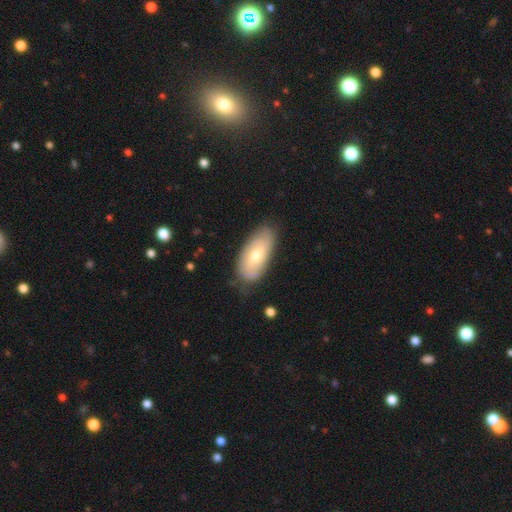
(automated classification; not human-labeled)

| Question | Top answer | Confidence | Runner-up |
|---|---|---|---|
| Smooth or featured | smooth | 54% | featured or disk (40%) |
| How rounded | in between | 90% | cigar-shaped (7%) |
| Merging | none | 73% | minor disturbance (21%) |